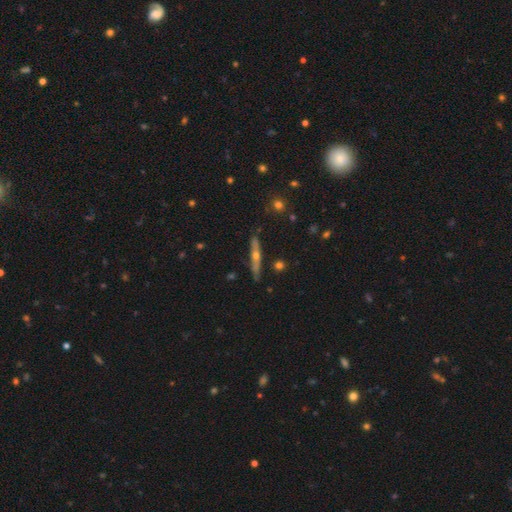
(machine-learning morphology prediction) A featured or disk galaxy (67%) viewed edge-on (95%) with a rounded central bulge (87%). Merging: none (85%).